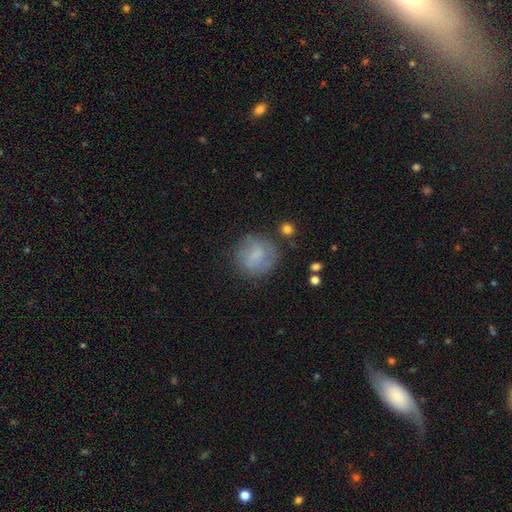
smooth-or-featured: smooth: 63% | featured or disk: 32% | star or artifact: 5%
  how-rounded: round: 83% | in between: 17% | cigar-shaped: 0%
  merging: none: 61% | minor disturbance: 25% | major disturbance: 11% | merger: 3%